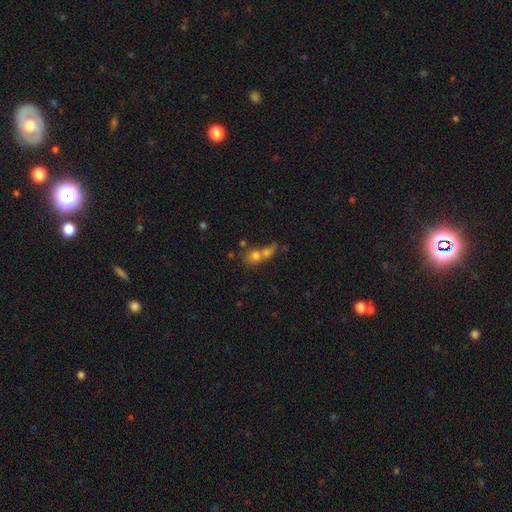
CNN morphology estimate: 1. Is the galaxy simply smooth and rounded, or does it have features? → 70% smooth, 18% featured or disk, 13% star or artifact.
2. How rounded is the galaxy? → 63% round, 33% in between, 3% cigar-shaped.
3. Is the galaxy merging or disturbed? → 65% merger, 23% none, 7% minor disturbance, 6% major disturbance.